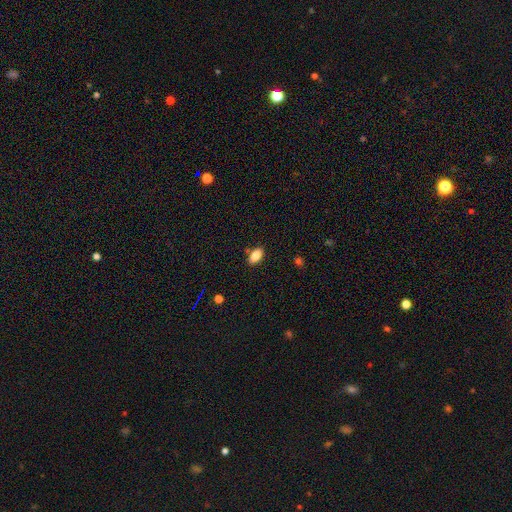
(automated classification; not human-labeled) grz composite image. It shows a smooth galaxy with no disk features (84%) that is in between round and cigar-shaped (91%). Merging: none (82%).